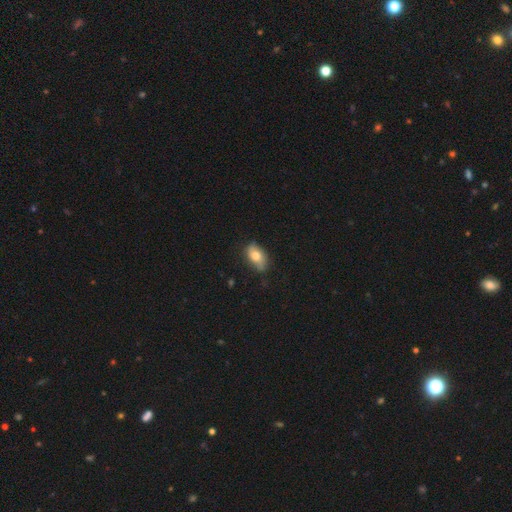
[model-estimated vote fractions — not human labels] smooth_or_featured: smooth (p=0.66) [alt: featured or disk p=0.27]
how_rounded: in between (p=0.88) [alt: round p=0.09]
merging: none (p=0.72) [alt: minor disturbance p=0.23]